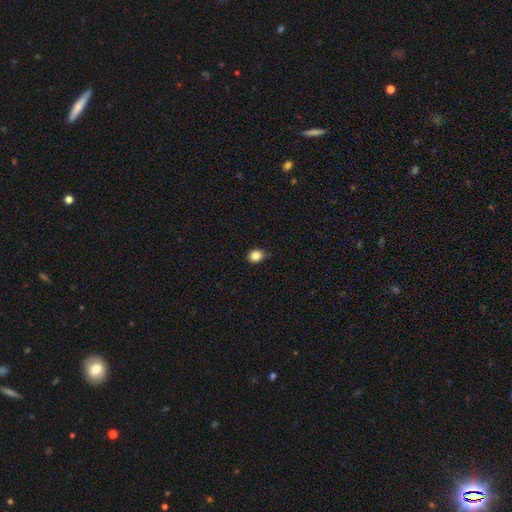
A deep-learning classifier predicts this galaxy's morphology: A smooth galaxy with no disk features (85%) that is round (51%). Merging: none (84%).